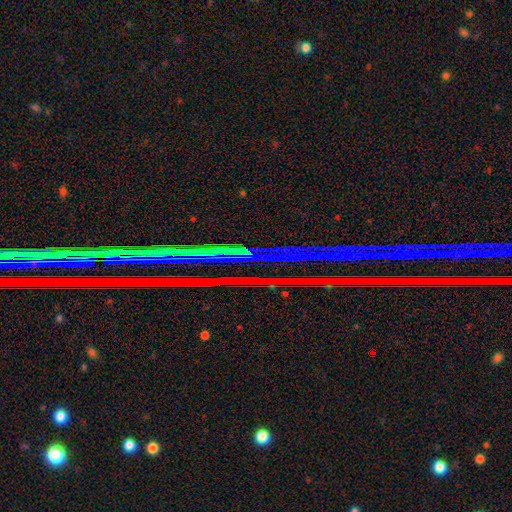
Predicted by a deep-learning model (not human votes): Smooth or featured: star or artifact — 80% (featured or disk — 12%)